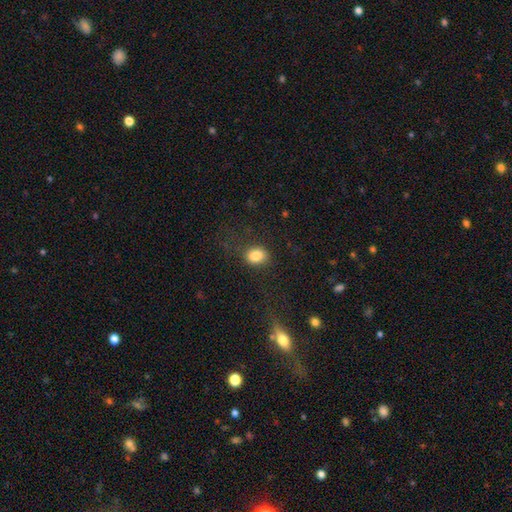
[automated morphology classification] Smooth or featured?
  - smooth: 84% *
  - star or artifact: 10%
  - featured or disk: 6%
How rounded?
  - in between: 55% *
  - round: 44%
  - cigar-shaped: 1%
Merging?
  - none: 76% *
  - minor disturbance: 14%
  - major disturbance: 8%
  - merger: 2%